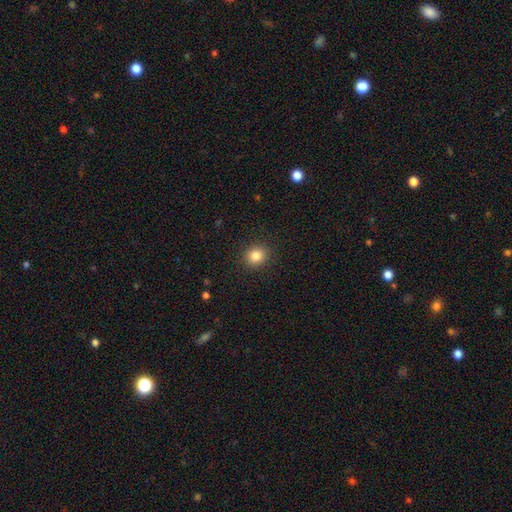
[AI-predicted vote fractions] Smooth or featured?
  - smooth: 85% *
  - star or artifact: 11%
  - featured or disk: 5%
How rounded?
  - round: 80% *
  - in between: 19%
  - cigar-shaped: 1%
Merging?
  - none: 90% *
  - minor disturbance: 6%
  - major disturbance: 2%
  - merger: 1%